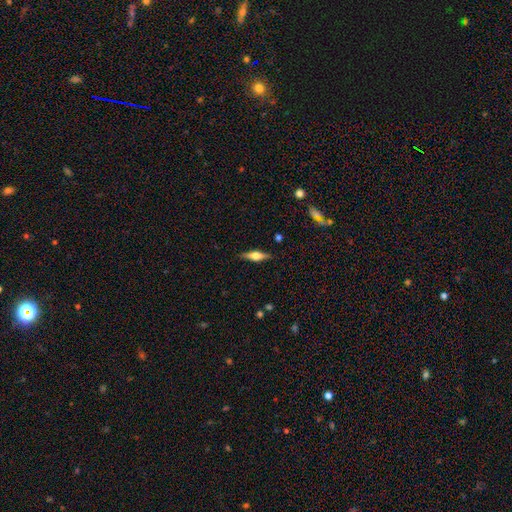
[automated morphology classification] This appears to be a featured or disk galaxy (62%) viewed edge-on (96%) with a rounded central bulge (90%). Merging: none (88%).